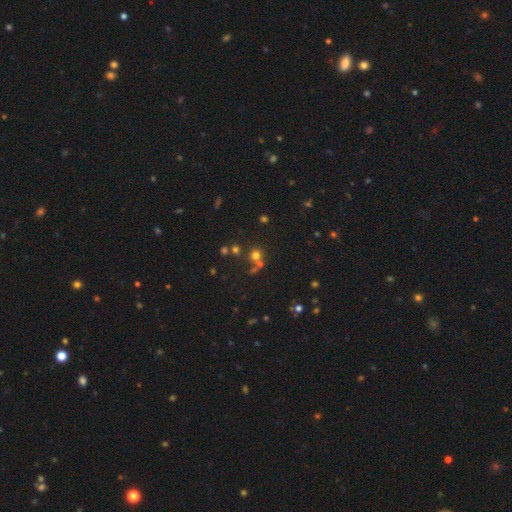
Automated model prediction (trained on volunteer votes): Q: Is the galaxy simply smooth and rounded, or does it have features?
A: smooth — 54%.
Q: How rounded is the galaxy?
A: round — 89%.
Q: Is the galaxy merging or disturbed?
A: none — 61%.